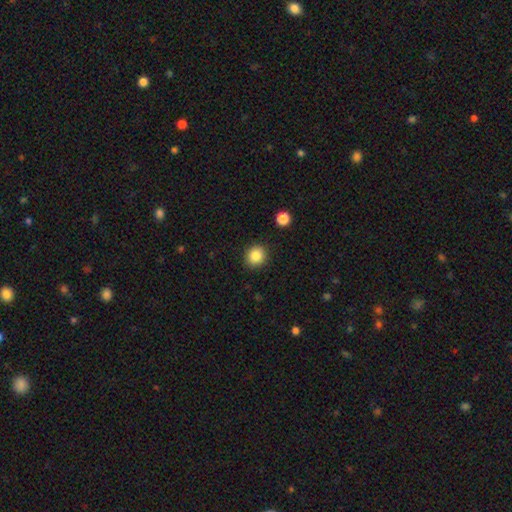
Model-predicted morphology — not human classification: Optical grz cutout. It shows a smooth galaxy with no disk features (86%) that is round (84%). Merging: none (90%).